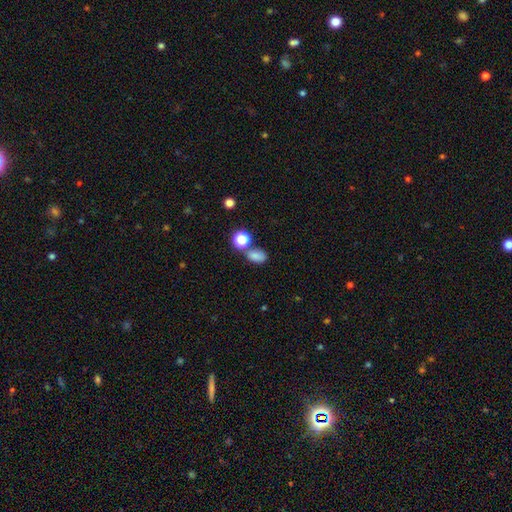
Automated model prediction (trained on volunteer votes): This appears to be a smooth galaxy with no disk features (78%) that is in between round and cigar-shaped (78%). Merging: none (55%).